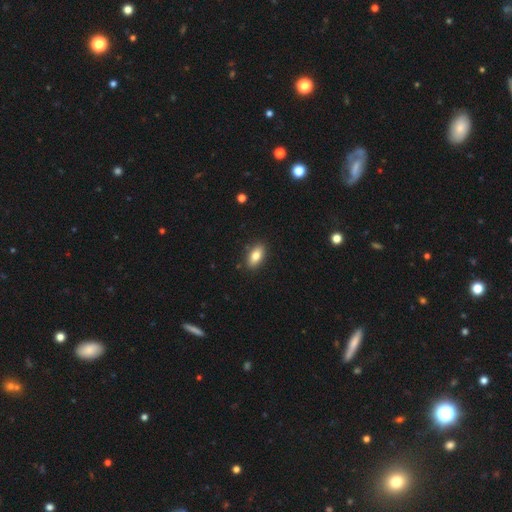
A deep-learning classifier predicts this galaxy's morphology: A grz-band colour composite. It shows a smooth galaxy with no disk features (80%) that is in between round and cigar-shaped (88%). Merging: none (88%).